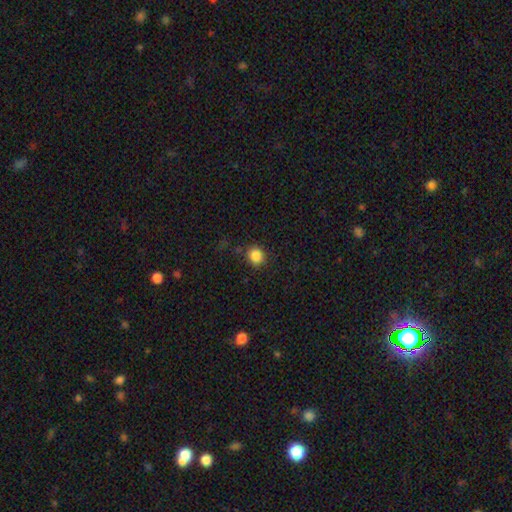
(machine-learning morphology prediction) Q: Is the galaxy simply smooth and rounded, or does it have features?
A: smooth — 85%.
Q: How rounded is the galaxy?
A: round — 85%.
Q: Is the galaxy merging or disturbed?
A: none — 83%.